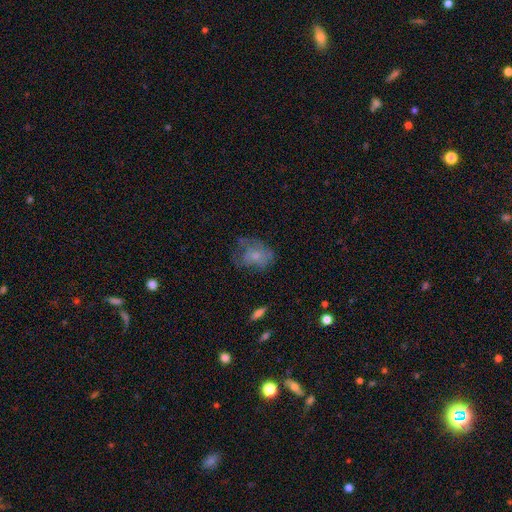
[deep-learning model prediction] Smooth or featured?
  - smooth: 52% *
  - featured or disk: 37%
  - star or artifact: 11%
How rounded?
  - in between: 65% *
  - round: 34%
  - cigar-shaped: 1%
Merging?
  - none: 40% *
  - major disturbance: 30%
  - minor disturbance: 28%
  - merger: 2%